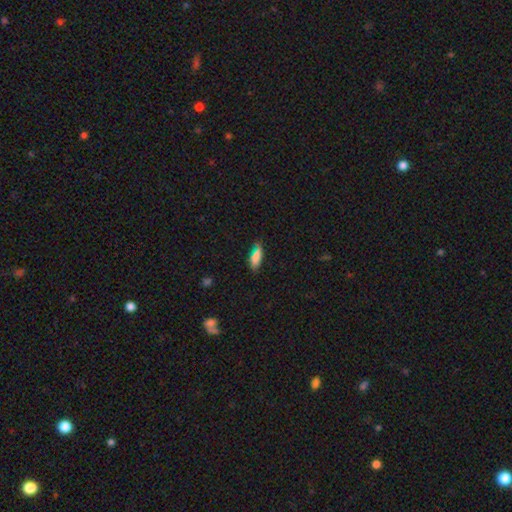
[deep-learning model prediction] Overall: smooth (80%). How rounded: in between (58%; cigar-shaped 39%). Merging: none (69%).